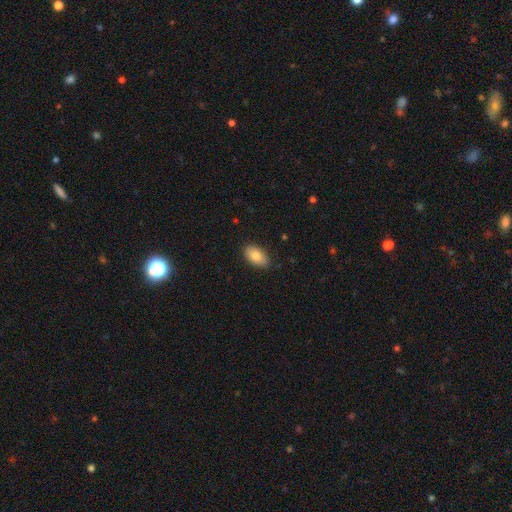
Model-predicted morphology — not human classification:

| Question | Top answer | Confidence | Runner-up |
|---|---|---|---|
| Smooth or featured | smooth | 83% | featured or disk (10%) |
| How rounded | in between | 93% | round (6%) |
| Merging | none | 86% | minor disturbance (11%) |